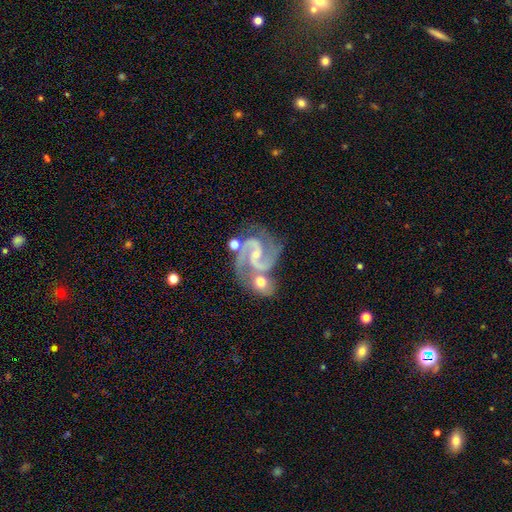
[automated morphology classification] This appears to be a featured or disk galaxy (92%) with a weak bar (48%), 2 (90%) medium (63%) spiral arms (98%) and a small central bulge (69%). Merging: none (45%).